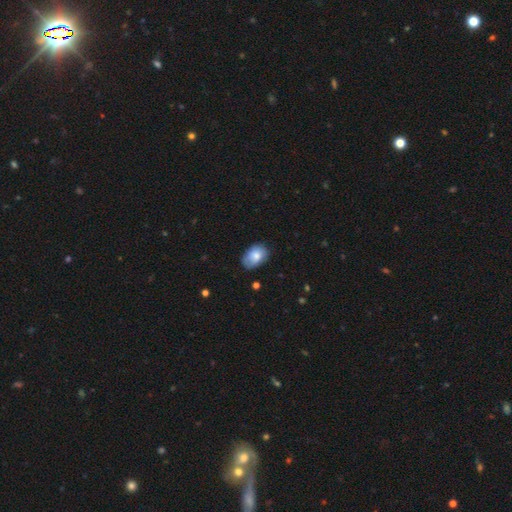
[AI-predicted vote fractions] Smooth or featured? Predicted: smooth (p=0.78). How rounded? Predicted: in between (p=0.84). Merging? Predicted: none (p=0.70).